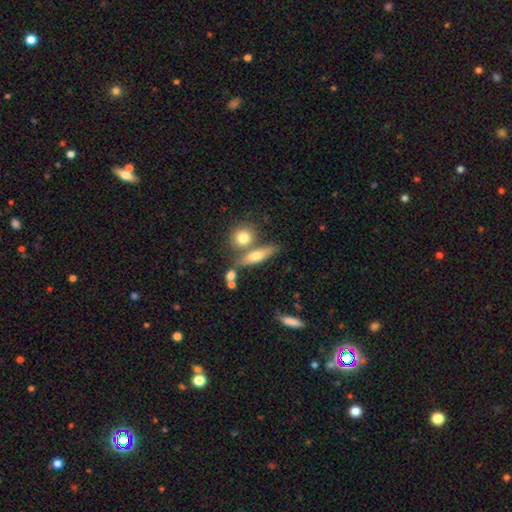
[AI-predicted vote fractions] smooth-or-featured: smooth: 57% | featured or disk: 35% | star or artifact: 8%
  how-rounded: cigar-shaped: 54% | in between: 37% | round: 9%
  merging: none: 60% | merger: 24% | minor disturbance: 12% | major disturbance: 4%